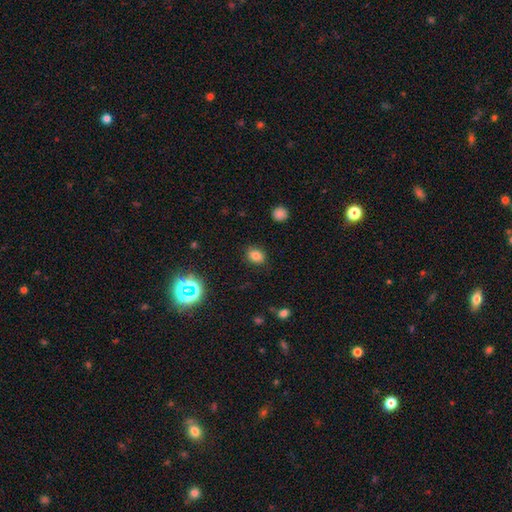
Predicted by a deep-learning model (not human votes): Overall: smooth (77%). How rounded: in between (53%; round 46%). Merging: none (85%).